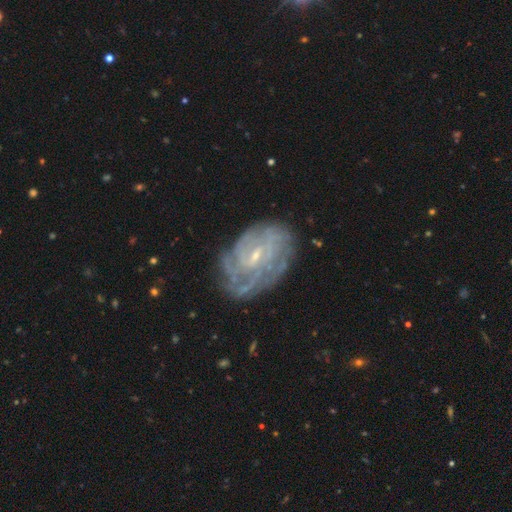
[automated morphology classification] A featured or disk galaxy (81%) with a weak bar (52%), tight (66%) spiral arms (89%) and a small central bulge (74%).

Vote fractions:
- Smooth or featured? featured or disk: 81% / smooth: 11% / star or artifact: 8%
- Edge-on disk? no: 97% / yes: 3%
- Bar? weak: 52% / no: 35% / strong: 12%
- Spiral arms? yes: 89% / no: 11%
- Spiral winding? tight: 66% / medium: 26% / loose: 8%
- Spiral arm count? can't tell: 47% / 4: 14% / 3: 12% / 2: 12% / more than 4: 8% / 1: 6%
- Bulge size? small: 74% / moderate: 20% / none: 4% / large: 1% / dominant: 1%
- Merging? none: 68% / minor disturbance: 21% / major disturbance: 10% / merger: 2%